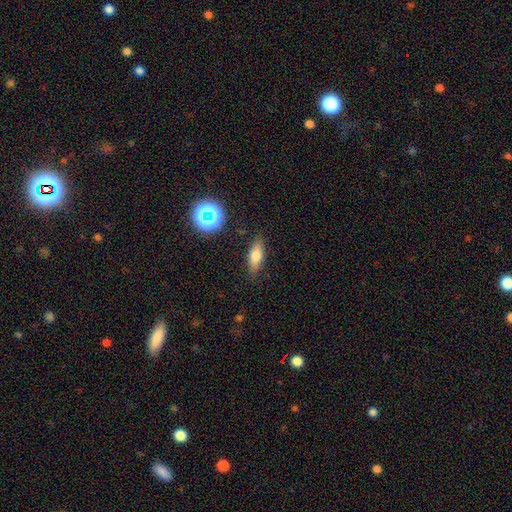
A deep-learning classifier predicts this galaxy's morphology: Overall: smooth (70%). How rounded: in between (66%; cigar-shaped 29%). Merging: none (85%).